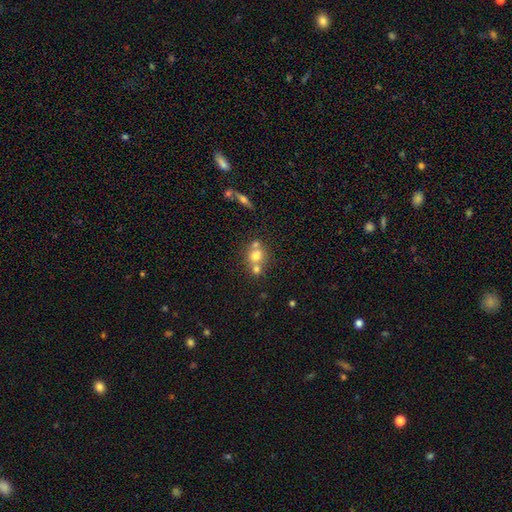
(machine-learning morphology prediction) A smooth galaxy with no disk features (66%) that is round (78%).

Vote fractions:
- Smooth or featured? smooth: 66% / featured or disk: 21% / star or artifact: 14%
- How rounded? round: 78% / in between: 21% / cigar-shaped: 1%
- Merging? merger: 45% / none: 43% / minor disturbance: 8% / major disturbance: 3%